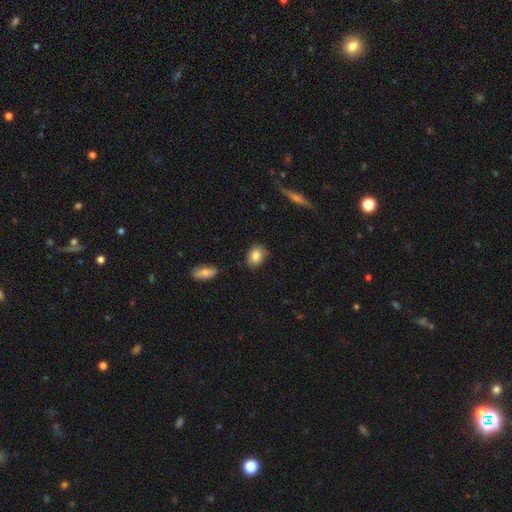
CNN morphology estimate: Smooth or featured? smooth (82%)
How rounded? in between (63%)
Merging? none (77%)